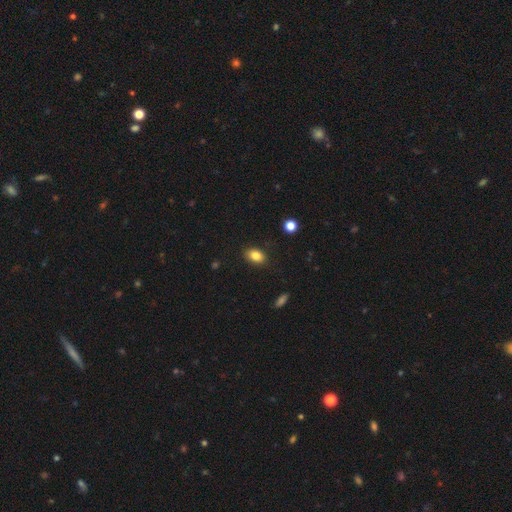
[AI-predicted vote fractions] Smooth or featured?
  - smooth: 84% *
  - star or artifact: 9%
  - featured or disk: 7%
How rounded?
  - in between: 81% *
  - round: 17%
  - cigar-shaped: 2%
Merging?
  - none: 86% *
  - minor disturbance: 11%
  - major disturbance: 2%
  - merger: 1%